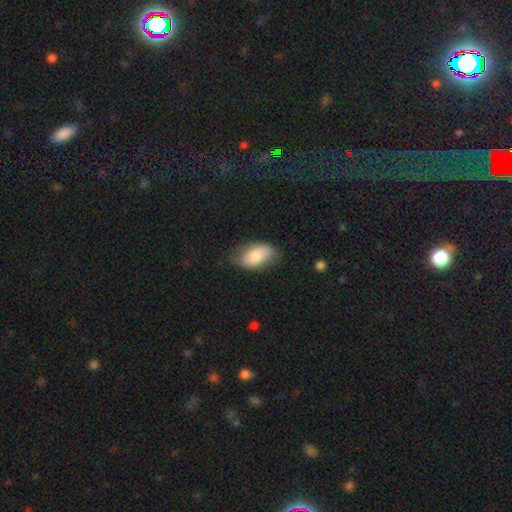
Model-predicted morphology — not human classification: Smooth or featured: smooth — 76% (featured or disk — 18%)
How rounded: in between — 94% (round — 5%)
Merging: none — 69% (minor disturbance — 24%)